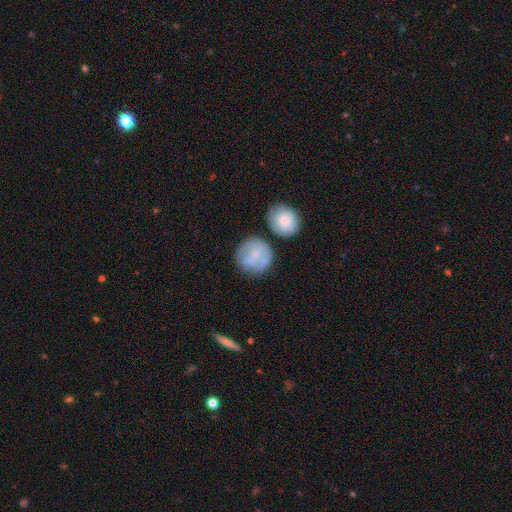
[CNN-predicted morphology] Smooth or featured: smooth — 65% (featured or disk — 28%)
How rounded: round — 90% (in between — 9%)
Merging: none — 63% (minor disturbance — 18%)